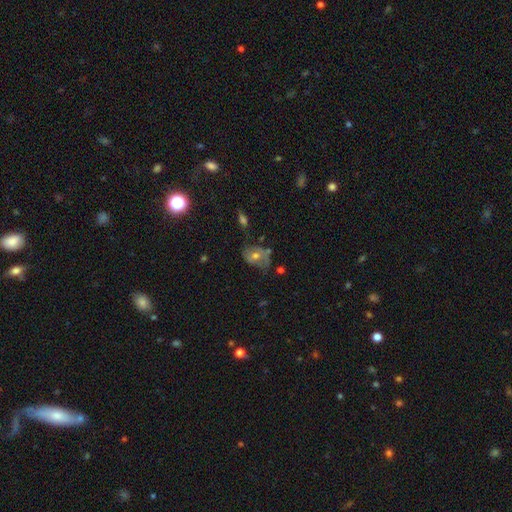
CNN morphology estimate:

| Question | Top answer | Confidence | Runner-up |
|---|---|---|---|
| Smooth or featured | featured or disk | 46% | smooth (38%) |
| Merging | none | 51% | minor disturbance (27%) |